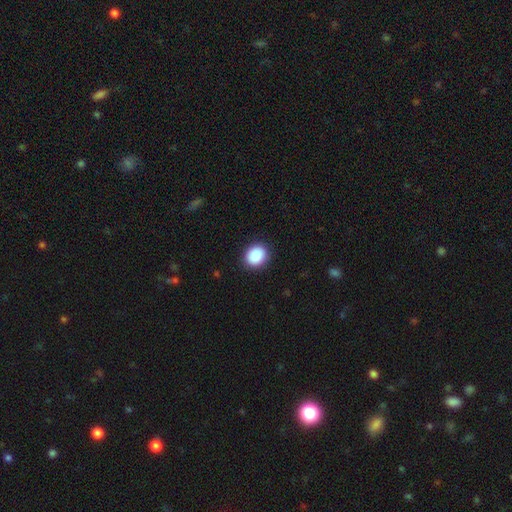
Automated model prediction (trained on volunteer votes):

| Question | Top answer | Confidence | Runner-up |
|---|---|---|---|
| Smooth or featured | smooth | 89% | star or artifact (8%) |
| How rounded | round | 66% | in between (33%) |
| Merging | none | 89% | minor disturbance (8%) |